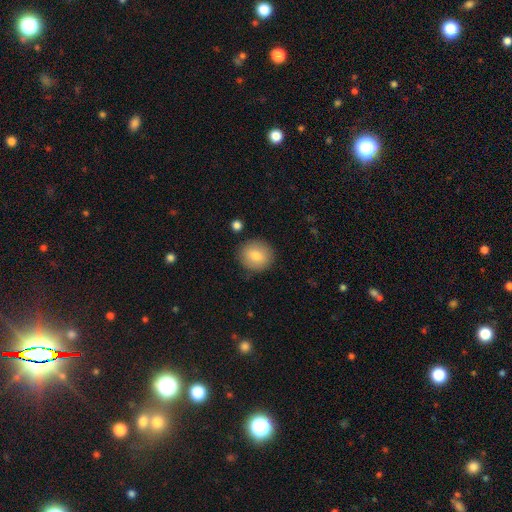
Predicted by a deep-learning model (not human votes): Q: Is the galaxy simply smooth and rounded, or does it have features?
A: smooth — 80%.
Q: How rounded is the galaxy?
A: round — 84%.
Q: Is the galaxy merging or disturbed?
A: none — 86%.